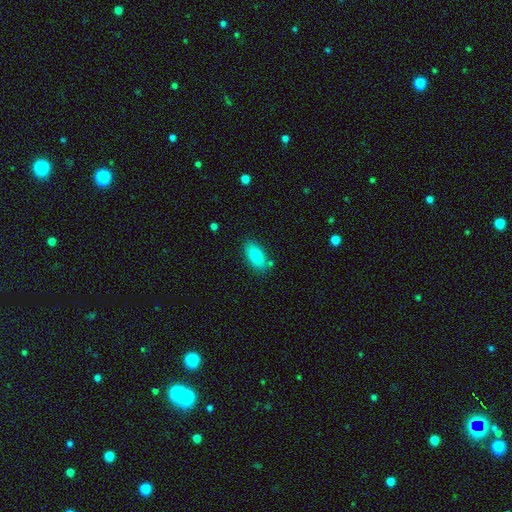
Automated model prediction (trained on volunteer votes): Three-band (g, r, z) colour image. It shows a smooth galaxy with no disk features (83%) that is in between round and cigar-shaped (90%). Merging: none (80%).